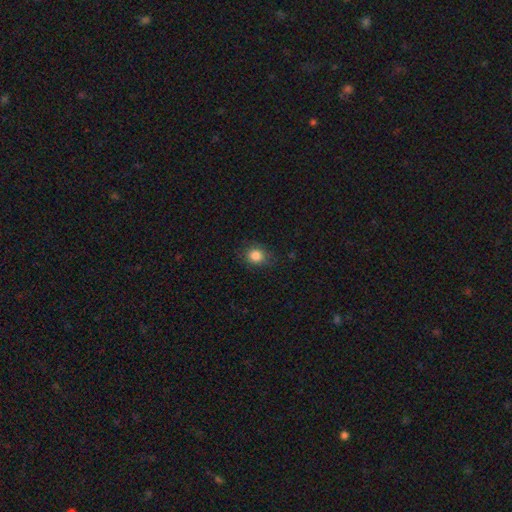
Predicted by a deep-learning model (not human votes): A smooth galaxy with no disk features (85%) that is round (72%). Merging: none (82%).